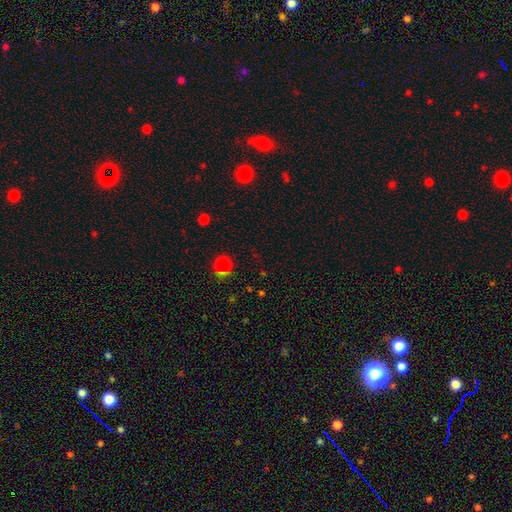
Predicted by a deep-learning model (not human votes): smooth_or_featured: smooth (p=0.47) [alt: star or artifact p=0.46]
merging: none (p=0.77) [alt: minor disturbance p=0.11]